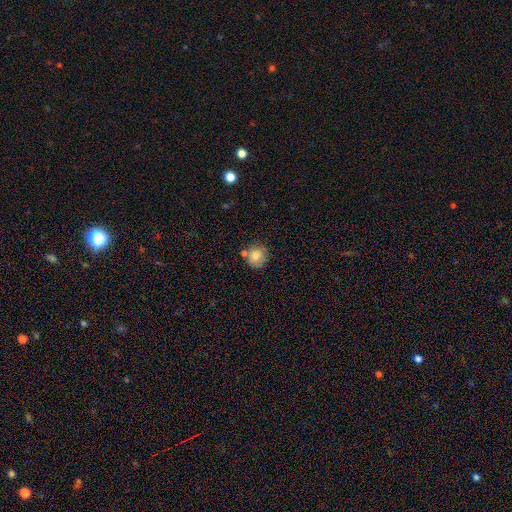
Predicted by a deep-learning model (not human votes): A smooth galaxy with no disk features (79%) that is round (86%).

Vote fractions:
- Smooth or featured? smooth: 79% / featured or disk: 11% / star or artifact: 10%
- How rounded? round: 86% / in between: 13% / cigar-shaped: 1%
- Merging? none: 65% / minor disturbance: 19% / merger: 11% / major disturbance: 5%